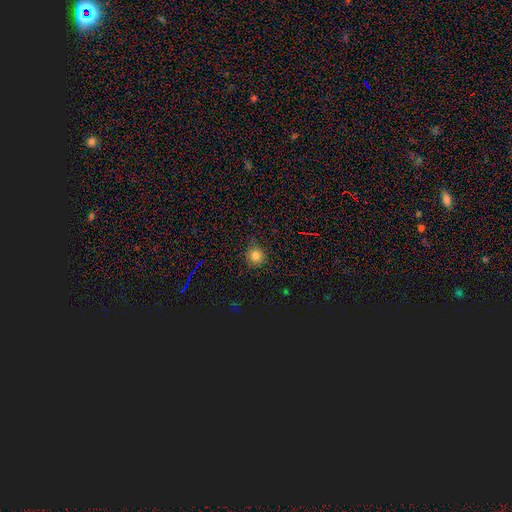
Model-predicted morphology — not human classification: Smooth or featured: smooth — 77% (star or artifact — 16%)
How rounded: round — 90% (in between — 9%)
Merging: none — 83% (minor disturbance — 13%)